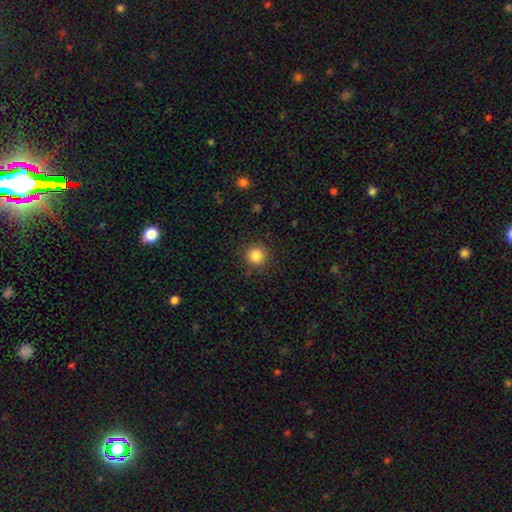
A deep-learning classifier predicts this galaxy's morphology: Smooth or featured: smooth — 85% (star or artifact — 10%)
How rounded: round — 94% (in between — 5%)
Merging: none — 89% (minor disturbance — 7%)